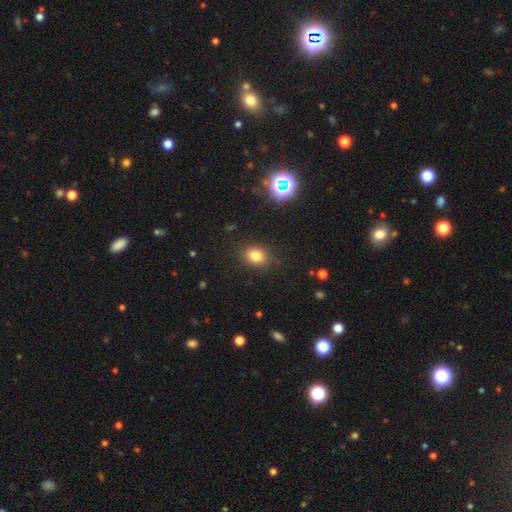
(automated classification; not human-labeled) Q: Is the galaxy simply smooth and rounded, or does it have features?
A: smooth — 78%.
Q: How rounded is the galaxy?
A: in between — 56%.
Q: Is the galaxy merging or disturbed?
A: none — 87%.